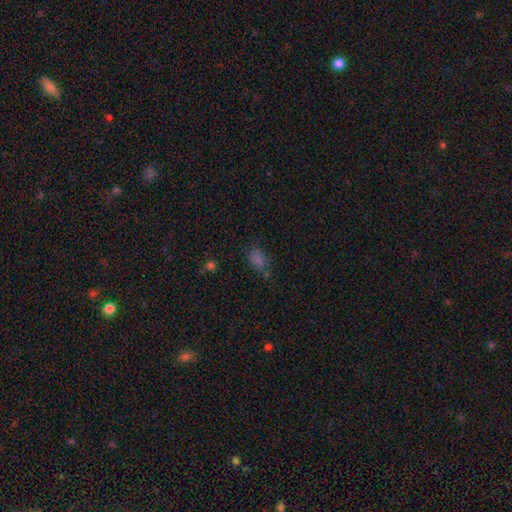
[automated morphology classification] This appears to be a smooth galaxy with no disk features (61%) that is in between round and cigar-shaped (74%). Merging: none (65%).